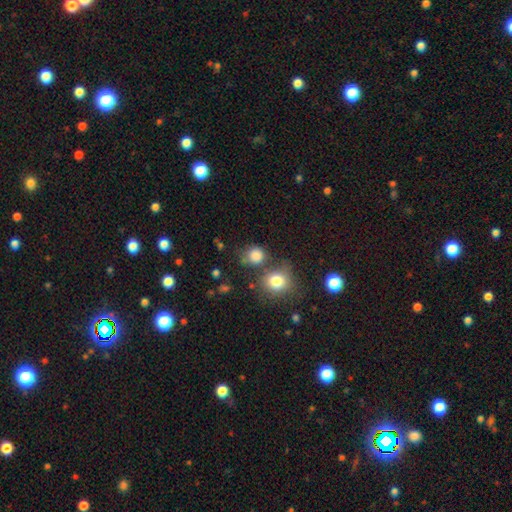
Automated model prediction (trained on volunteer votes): Smooth or featured? Predicted: smooth (p=0.83). How rounded? Predicted: round (p=0.82). Merging? Predicted: none (p=0.60).